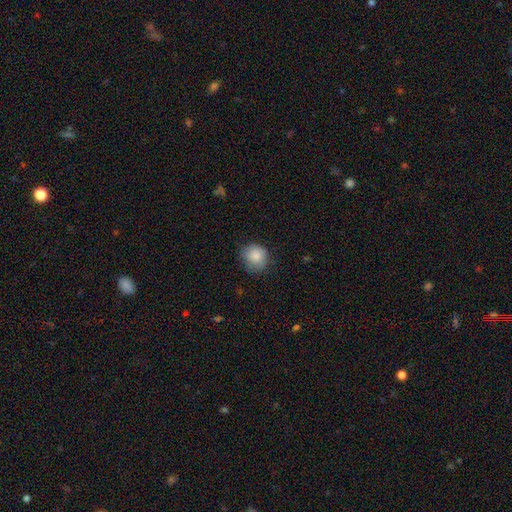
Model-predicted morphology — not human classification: Smooth or featured? smooth (86%)
How rounded? round (84%)
Merging? none (71%)